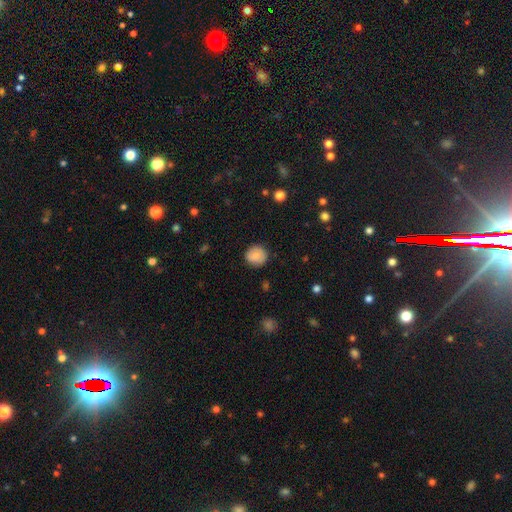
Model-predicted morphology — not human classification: A smooth galaxy with no disk features (86%) that is round (86%).

Vote fractions:
- Smooth or featured? smooth: 86% / star or artifact: 8% / featured or disk: 6%
- How rounded? round: 86% / in between: 13% / cigar-shaped: 1%
- Merging? none: 85% / minor disturbance: 11% / major disturbance: 3% / merger: 1%